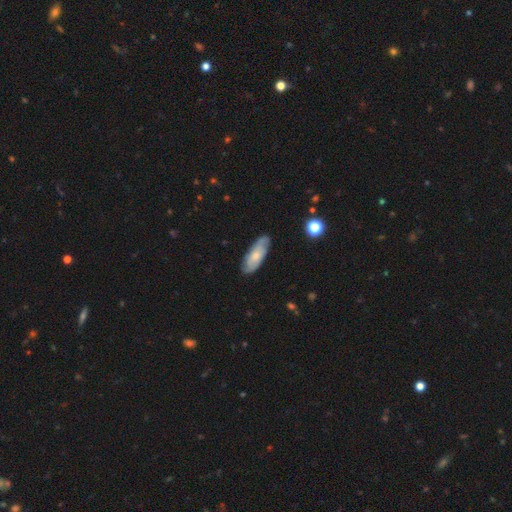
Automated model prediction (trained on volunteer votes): smooth-or-featured: smooth: 56% | featured or disk: 38% | star or artifact: 6%
  how-rounded: in between: 72% | cigar-shaped: 26% | round: 2%
  merging: none: 78% | minor disturbance: 17% | major disturbance: 3% | merger: 2%